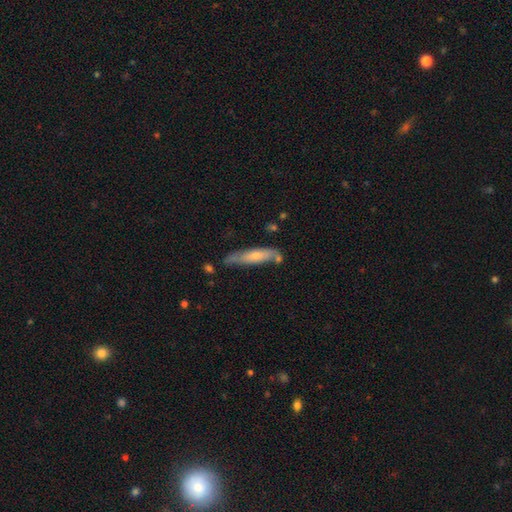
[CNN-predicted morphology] smooth 49%, featured or disk 45%, star or artifact 6%. Down the decision tree: merging — none (69%).